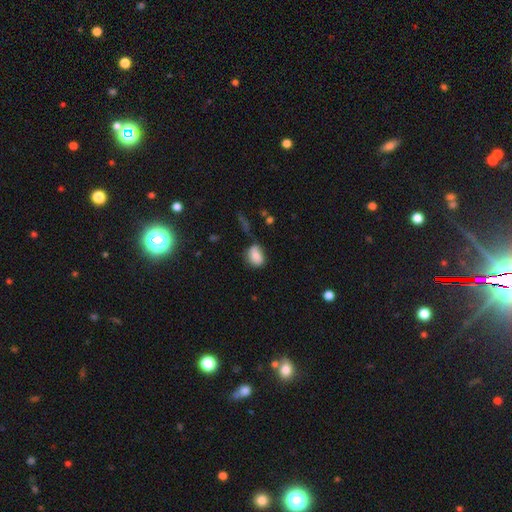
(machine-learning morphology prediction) The model was most divided on "merging": none: 56%, minor disturbance: 30%, major disturbance: 9%, merger: 5%. More confident: smooth or featured — smooth (79%); how rounded — in between (65%).